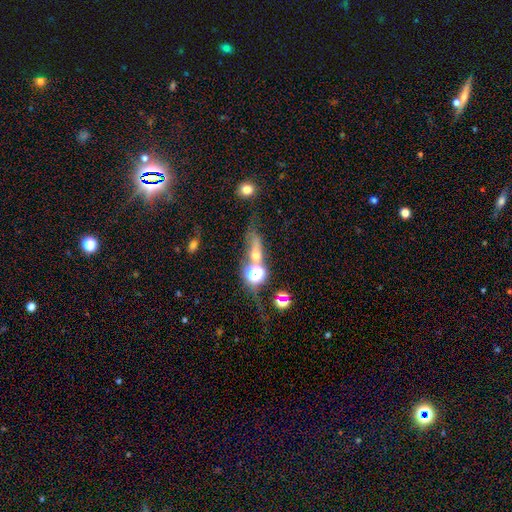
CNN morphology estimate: smooth-or-featured: smooth: 44% | star or artifact: 31% | featured or disk: 25%
  merging: none: 41% | merger: 25% | major disturbance: 18% | minor disturbance: 16%